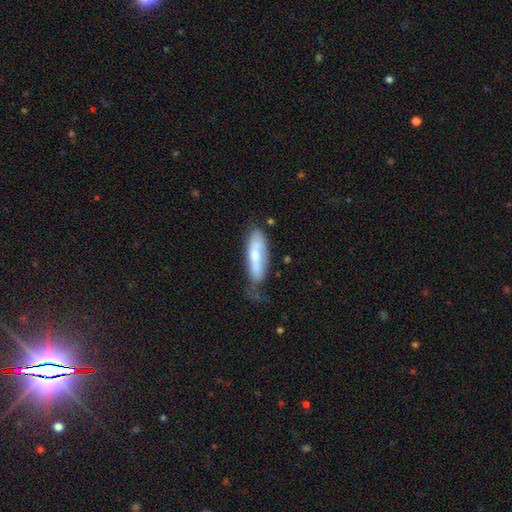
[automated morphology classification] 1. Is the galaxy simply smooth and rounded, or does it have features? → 58% smooth, 36% featured or disk, 6% star or artifact.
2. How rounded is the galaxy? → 50% cigar-shaped, 48% in between, 2% round.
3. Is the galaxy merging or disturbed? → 41% none, 35% minor disturbance, 19% major disturbance, 4% merger.